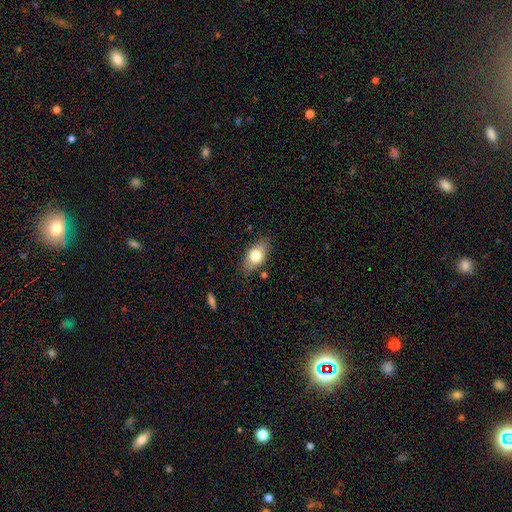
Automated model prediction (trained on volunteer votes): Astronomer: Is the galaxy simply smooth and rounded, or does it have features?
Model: smooth — 74%.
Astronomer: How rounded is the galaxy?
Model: in between — 86%.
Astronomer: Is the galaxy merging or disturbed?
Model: none — 79%.